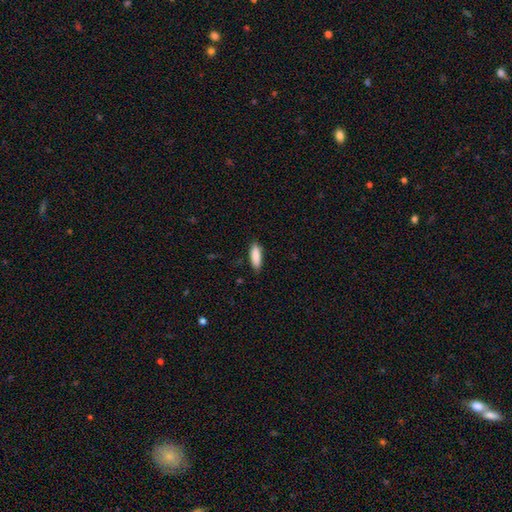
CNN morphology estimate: Smooth or featured? Predicted: smooth (p=0.88). How rounded? Predicted: in between (p=0.53). Merging? Predicted: none (p=0.86).